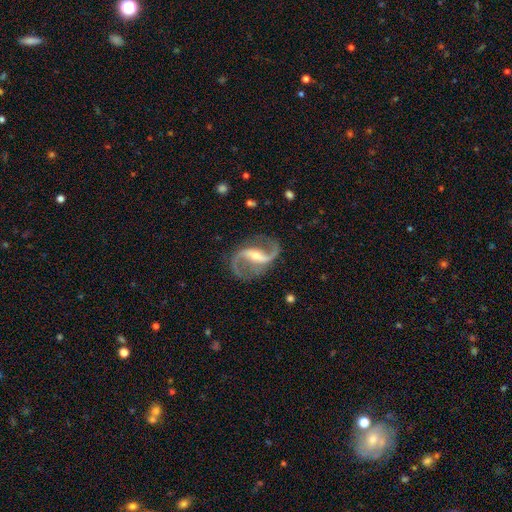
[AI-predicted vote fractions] smooth_or_featured: featured or disk (p=0.93) [alt: star or artifact p=0.04]
disk_edge_on: no (p=0.98) [alt: yes p=0.02]
bar: strong (p=0.48) [alt: weak p=0.33]
has_spiral_arms: yes (p=0.98) [alt: no p=0.02]
spiral_winding: loose (p=0.58) [alt: medium p=0.36]
spiral_arm_count: 2 (p=0.95) [alt: 1 p=0.01]
bulge_size: small (p=0.59) [alt: moderate p=0.37]
merging: none (p=0.83) [alt: minor disturbance p=0.10]